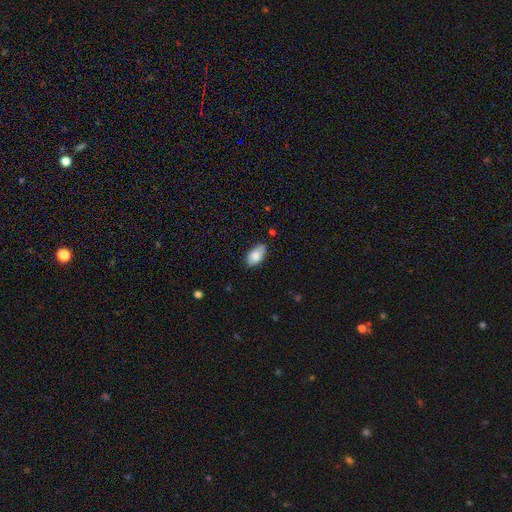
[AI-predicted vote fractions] smooth-or-featured: smooth: 82% | featured or disk: 11% | star or artifact: 7%
  how-rounded: in between: 94% | round: 4% | cigar-shaped: 2%
  merging: none: 71% | minor disturbance: 24% | major disturbance: 4% | merger: 2%